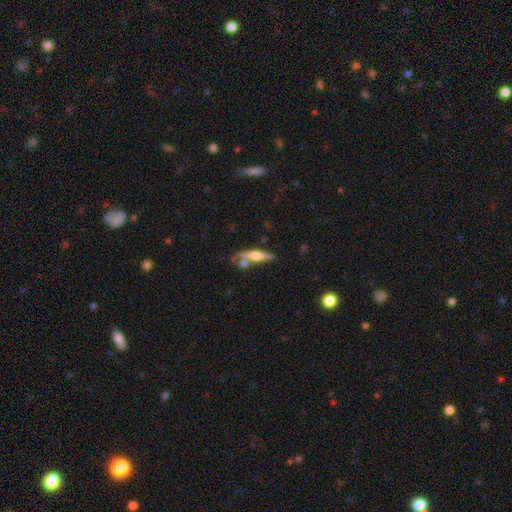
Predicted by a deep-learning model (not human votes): smooth-or-featured: featured or disk: 61% | smooth: 33% | star or artifact: 6%
  disk-edge-on: yes: 94% | no: 6%
    edge-on-bulge: rounded: 91% | boxy: 5% | none: 4%
  merging: none: 64% | merger: 18% | minor disturbance: 14% | major disturbance: 4%